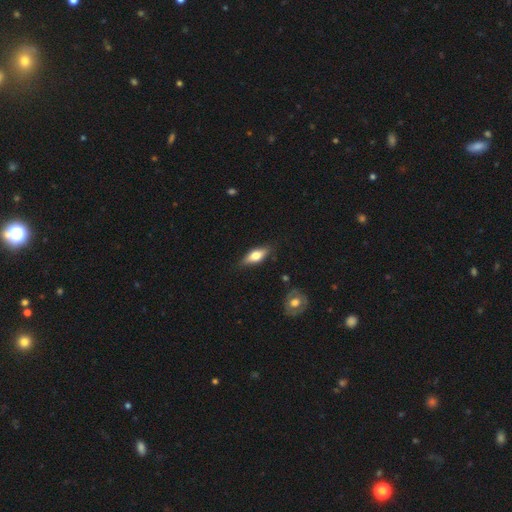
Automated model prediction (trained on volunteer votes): Morphology: type=smooth (56%); roundness=in between (64%); merging=none (83%).